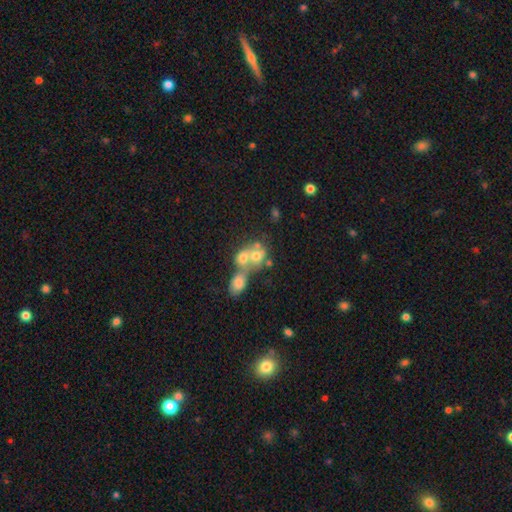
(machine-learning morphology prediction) Smooth or featured?
  - smooth: 45% *
  - featured or disk: 28%
  - star or artifact: 27%
Merging?
  - merger: 55% *
  - none: 32%
  - minor disturbance: 7%
  - major disturbance: 6%